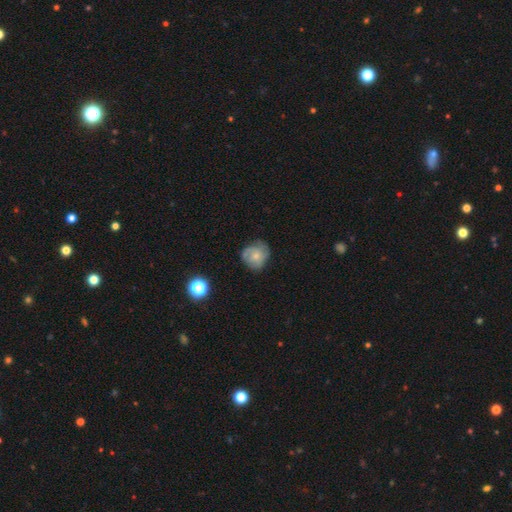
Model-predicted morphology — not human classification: A smooth galaxy with no disk features (52%) that is round (77%).

Vote fractions:
- Smooth or featured? smooth: 52% / featured or disk: 39% / star or artifact: 9%
- How rounded? round: 77% / in between: 22% / cigar-shaped: 1%
- Merging? none: 60% / minor disturbance: 28% / major disturbance: 10% / merger: 2%